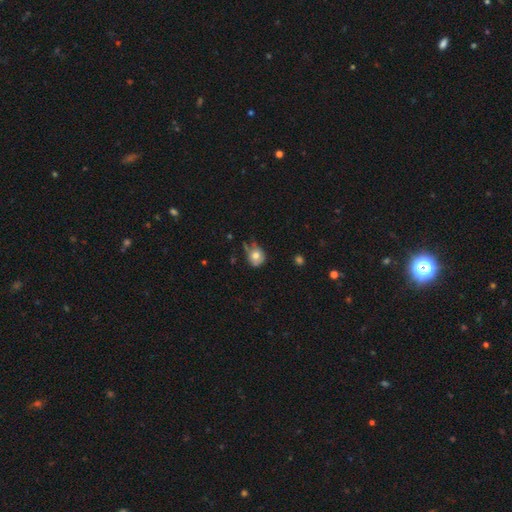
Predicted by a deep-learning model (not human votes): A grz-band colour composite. It shows a smooth galaxy with no disk features (69%) that is round (67%). Merging: none (42%).